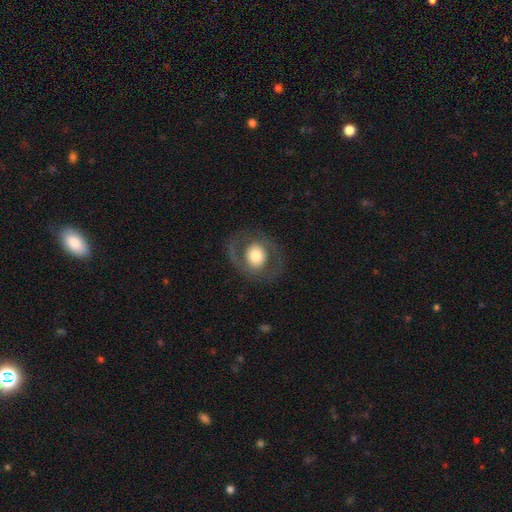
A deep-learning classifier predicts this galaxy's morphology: This is possibly a featured or disk galaxy (52%). It is clearly not viewed edge-on (96%). Merging: likely none (78%).